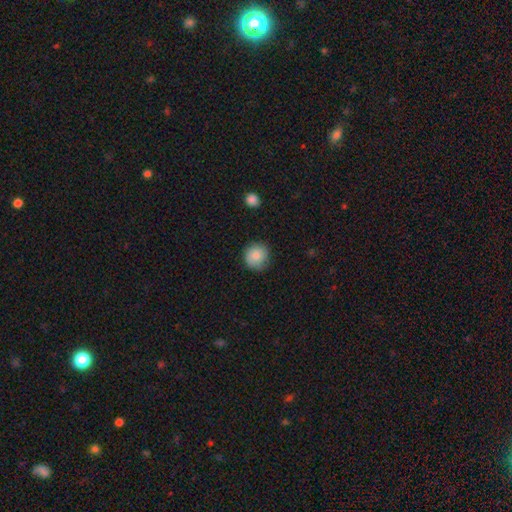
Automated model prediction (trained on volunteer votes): This appears to be a smooth galaxy with no disk features (80%) that is round (92%). Merging: none (79%).